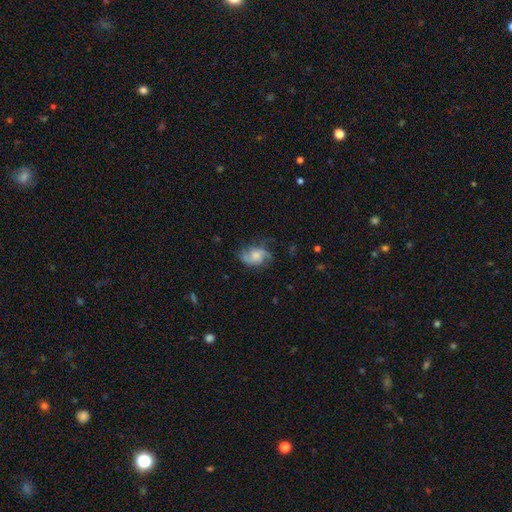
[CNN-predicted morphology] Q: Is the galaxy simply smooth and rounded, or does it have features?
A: featured or disk — 62%.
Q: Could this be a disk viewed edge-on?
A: no — 97%.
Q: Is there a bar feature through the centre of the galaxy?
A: no — 70%.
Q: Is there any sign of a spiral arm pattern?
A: yes — 88%.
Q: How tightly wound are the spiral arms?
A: loose — 43%.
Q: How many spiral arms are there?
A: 2 — 62%.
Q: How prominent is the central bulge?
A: moderate — 40%.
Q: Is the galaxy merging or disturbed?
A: none — 60%.